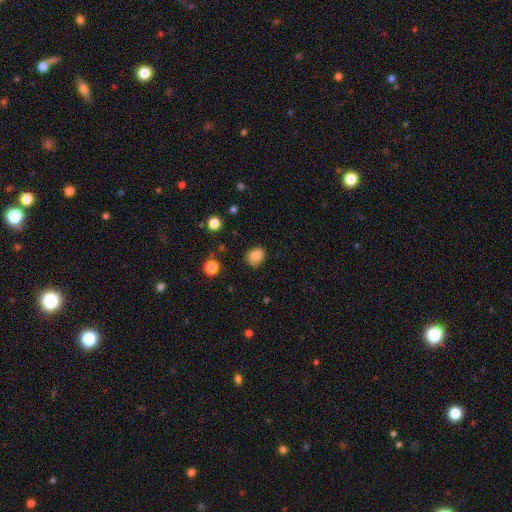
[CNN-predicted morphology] smooth_or_featured: smooth (p=0.83) [alt: star or artifact p=0.11]
how_rounded: round (p=0.58) [alt: in between p=0.41]
merging: none (p=0.79) [alt: minor disturbance p=0.16]